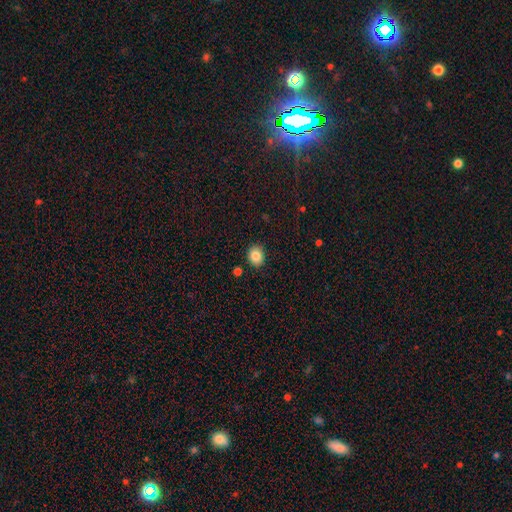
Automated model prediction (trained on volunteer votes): This appears to be a smooth galaxy with no disk features (85%) that is round (59%). Merging: none (88%).